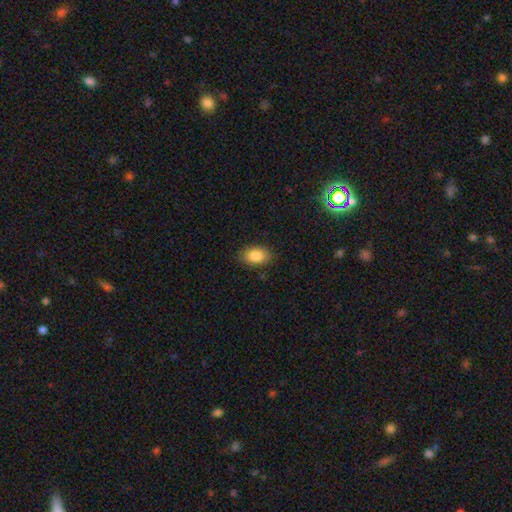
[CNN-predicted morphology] Q: Smooth or featured?
A: smooth (85%); runner-up: star or artifact (8%)
Q: How rounded?
A: in between (87%); runner-up: round (11%)
Q: Merging?
A: none (86%); runner-up: minor disturbance (11%)